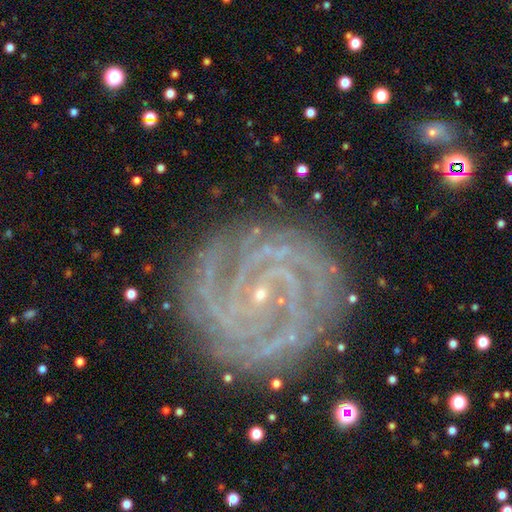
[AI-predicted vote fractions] Overall: featured or disk (90%). Edge-on disk: no (98%). Bar: no (51%; weak 31%). Spiral arms: yes (98%). Spiral arm count: 4 (23%; 3 22%). Spiral winding: tight (78%). Bulge size: small (85%). Merging: none (79%).